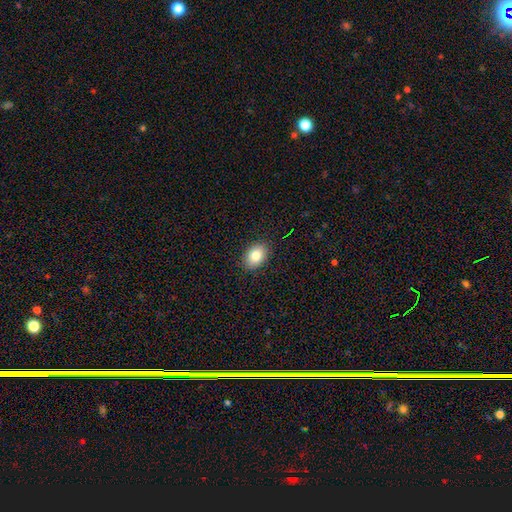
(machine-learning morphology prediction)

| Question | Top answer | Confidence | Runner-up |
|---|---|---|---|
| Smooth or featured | smooth | 83% | featured or disk (9%) |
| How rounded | in between | 77% | round (22%) |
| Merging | none | 89% | minor disturbance (8%) |